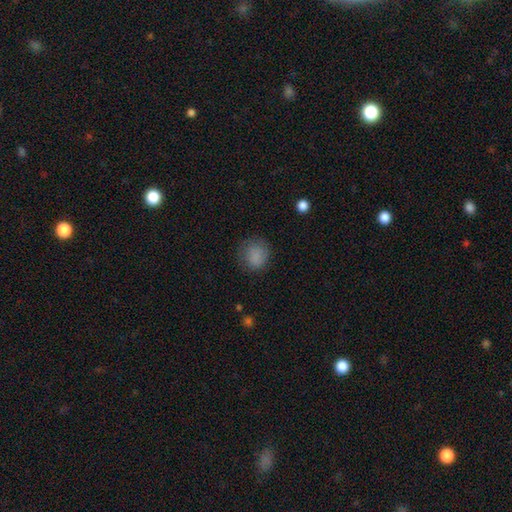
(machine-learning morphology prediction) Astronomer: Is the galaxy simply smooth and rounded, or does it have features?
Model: smooth — 82%.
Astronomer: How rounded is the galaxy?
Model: round — 81%.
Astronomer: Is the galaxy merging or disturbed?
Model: none — 72%.